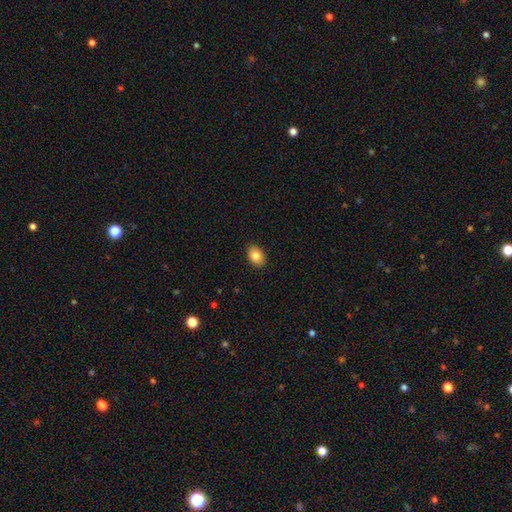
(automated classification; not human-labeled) smooth-or-featured: smooth: 83% | featured or disk: 8% | star or artifact: 8%
  how-rounded: in between: 79% | round: 20% | cigar-shaped: 1%
  merging: none: 90% | minor disturbance: 7% | major disturbance: 2% | merger: 1%